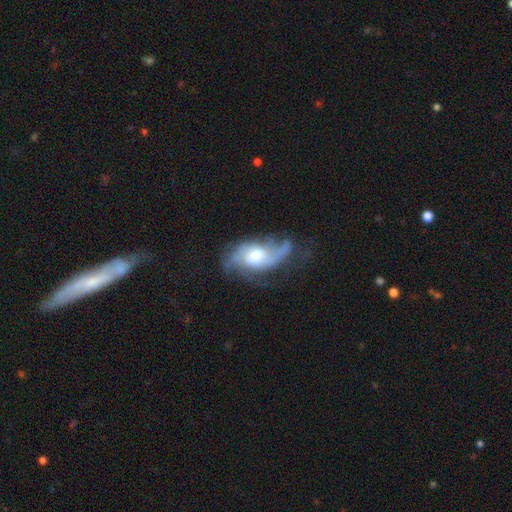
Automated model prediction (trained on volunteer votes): This is likely a featured or disk galaxy (79%). It is clearly not viewed edge-on (95%). Bar: possibly no (56%). Spiral arm pattern: clearly yes (91%). Spiral arm count: possibly 2 (54%). Spiral winding: possibly loose (47%). Central bulge: possibly moderate (58%). Merging: possibly none (48%).